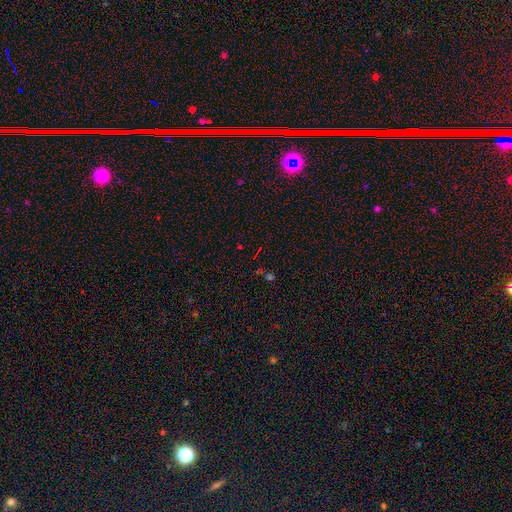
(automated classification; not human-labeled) Smooth or featured? Predicted: star or artifact (p=0.63).